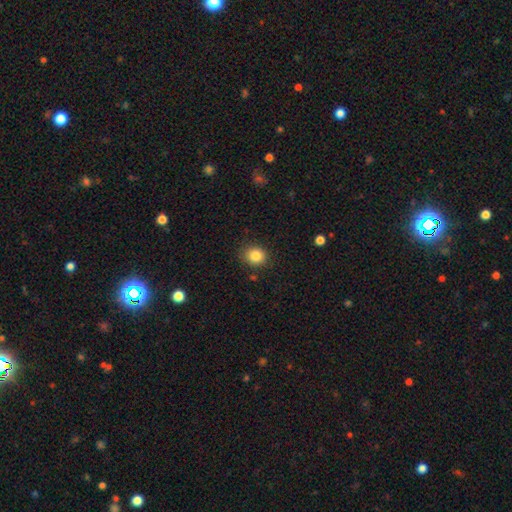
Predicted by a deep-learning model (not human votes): Morphology: type=smooth (85%); roundness=round (73%); merging=none (85%).